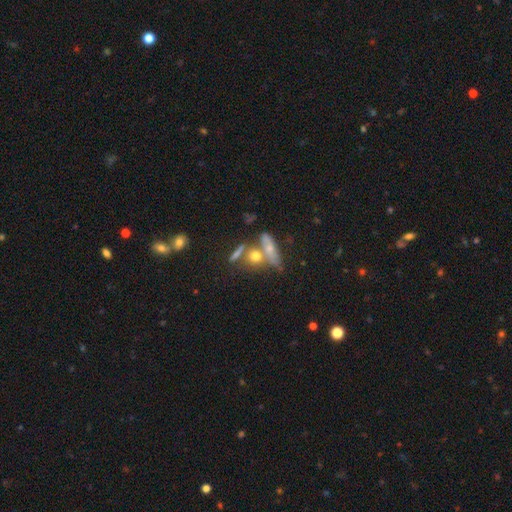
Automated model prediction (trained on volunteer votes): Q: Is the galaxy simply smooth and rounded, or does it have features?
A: featured or disk — 46%.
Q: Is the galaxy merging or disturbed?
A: merger — 41%, tied with none.